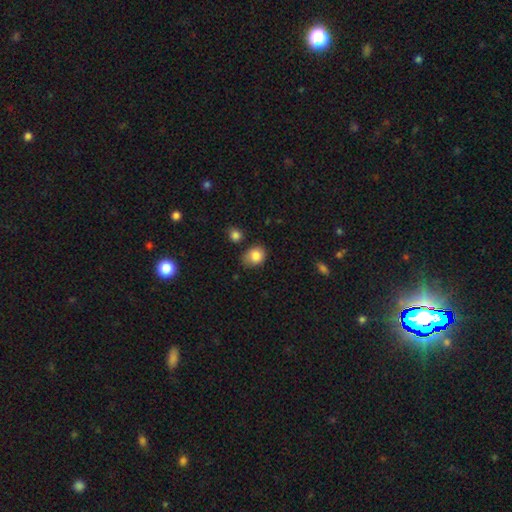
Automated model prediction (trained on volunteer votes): Morphology: type=smooth (84%); roundness=round (52%); merging=none (68%).